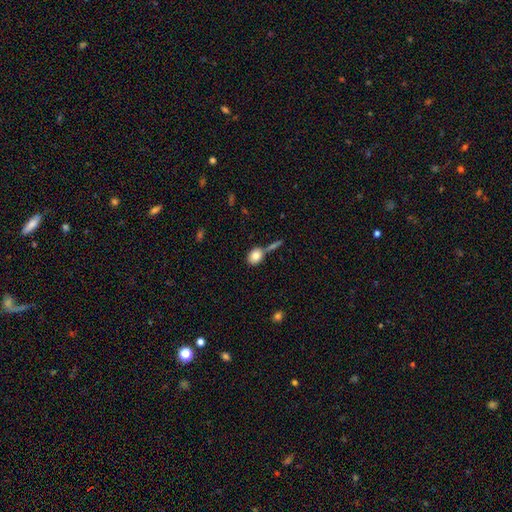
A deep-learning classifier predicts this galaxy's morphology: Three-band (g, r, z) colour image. It shows a smooth galaxy with no disk features (80%) that is in between round and cigar-shaped (54%). Merging: none (55%).